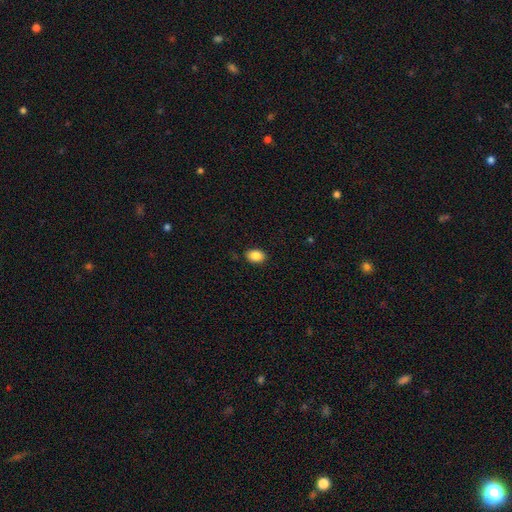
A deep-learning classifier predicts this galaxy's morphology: The model was most divided on "how rounded": in between: 82%, round: 17%, cigar-shaped: 1%. More confident: smooth or featured — smooth (87%); merging — none (87%).